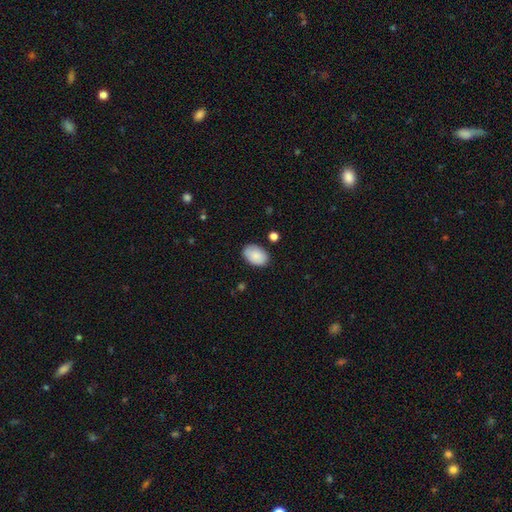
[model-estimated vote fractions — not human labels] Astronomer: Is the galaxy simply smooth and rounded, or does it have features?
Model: smooth — 87%.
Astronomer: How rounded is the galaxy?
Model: in between — 88%.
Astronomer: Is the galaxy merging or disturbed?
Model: none — 82%.